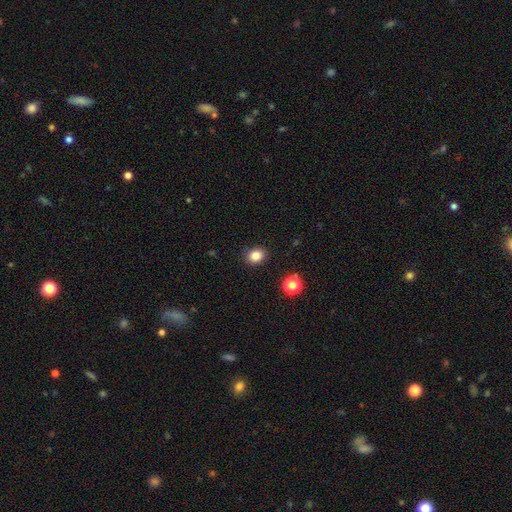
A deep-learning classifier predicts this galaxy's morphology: A smooth galaxy with no disk features (84%) that is round (52%).

Vote fractions:
- Smooth or featured? smooth: 84% / star or artifact: 11% / featured or disk: 5%
- How rounded? round: 52% / in between: 48% / cigar-shaped: 1%
- Merging? none: 87% / minor disturbance: 9% / major disturbance: 2% / merger: 2%